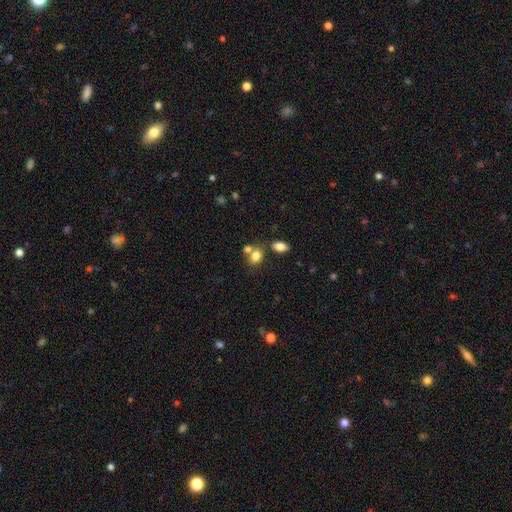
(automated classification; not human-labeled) This appears to be a smooth galaxy with no disk features (80%) that is in between round and cigar-shaped (66%). Merging: none (49%).